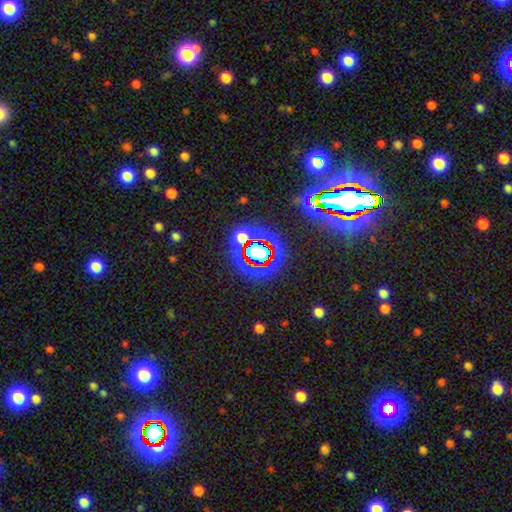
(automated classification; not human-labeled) Smooth or featured? star or artifact (67%)